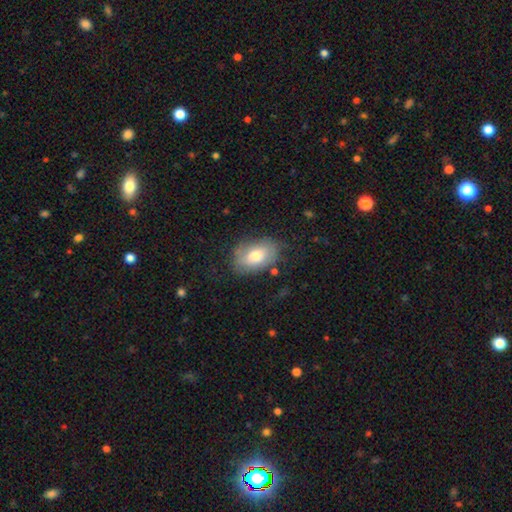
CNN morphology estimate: smooth 69%, featured or disk 24%, star or artifact 7%. Down the decision tree: how rounded — in between (87%); merging — none (67%).